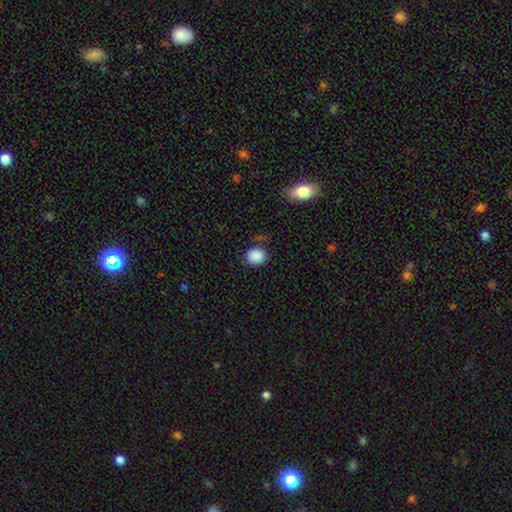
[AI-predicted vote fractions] This is clearly a smooth galaxy (88%). How rounded: likely round (65%). Merging: clearly none (82%).